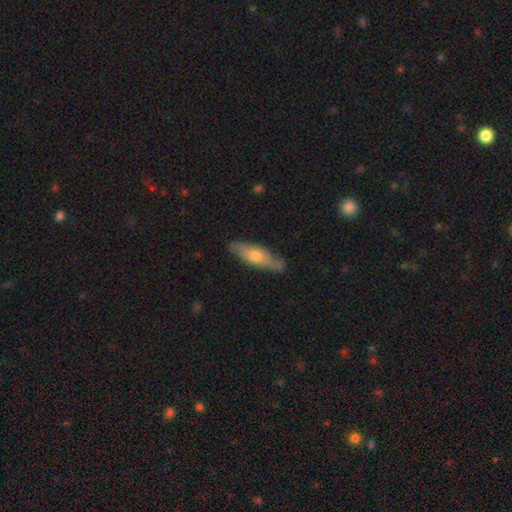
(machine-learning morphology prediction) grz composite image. It shows a smooth galaxy with no disk features (51%) that is cigar-shaped (57%). Merging: none (79%).